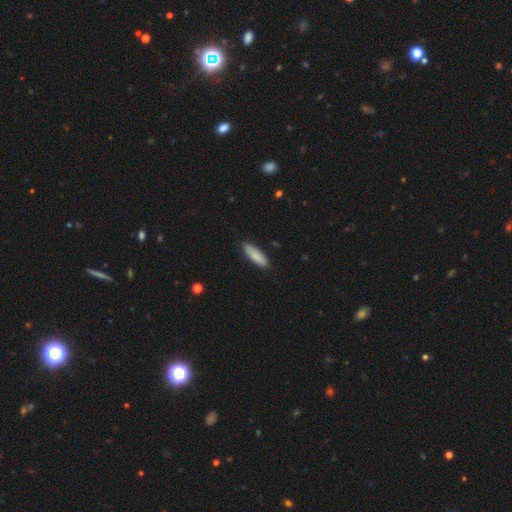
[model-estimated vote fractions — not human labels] This is clearly a smooth galaxy (87%). How rounded: possibly in between (50%). Merging: clearly none (88%).